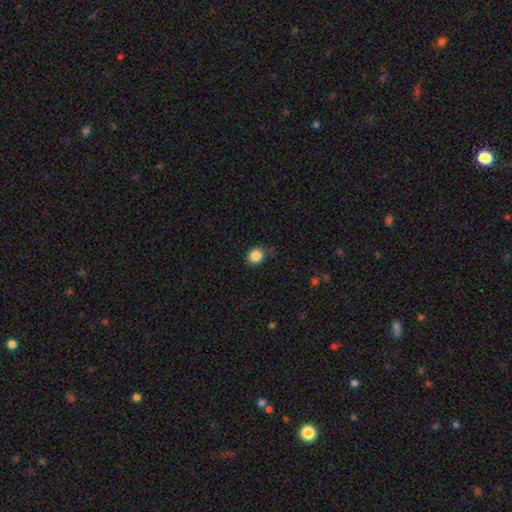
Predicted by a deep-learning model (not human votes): Smooth or featured? smooth (86%)
How rounded? round (78%)
Merging? none (82%)